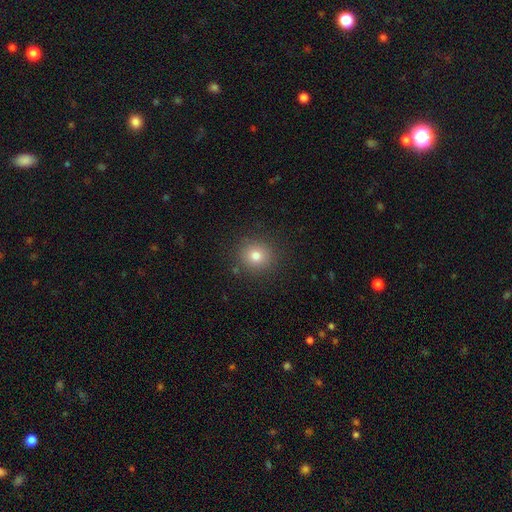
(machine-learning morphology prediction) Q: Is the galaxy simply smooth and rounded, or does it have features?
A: smooth — 77%.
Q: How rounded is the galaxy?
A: round — 88%.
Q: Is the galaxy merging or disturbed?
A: none — 89%.